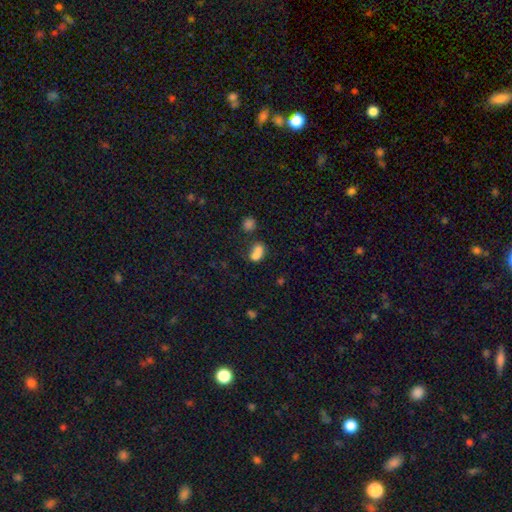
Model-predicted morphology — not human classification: smooth-or-featured: smooth: 73% | featured or disk: 16% | star or artifact: 12%
  how-rounded: in between: 53% | round: 45% | cigar-shaped: 2%
  merging: merger: 64% | none: 23% | minor disturbance: 8% | major disturbance: 5%